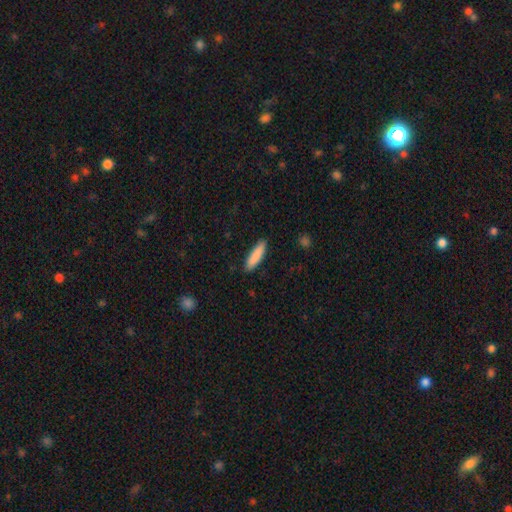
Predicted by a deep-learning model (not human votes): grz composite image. It shows a smooth galaxy with no disk features (87%) that is cigar-shaped (71%). Merging: none (88%).